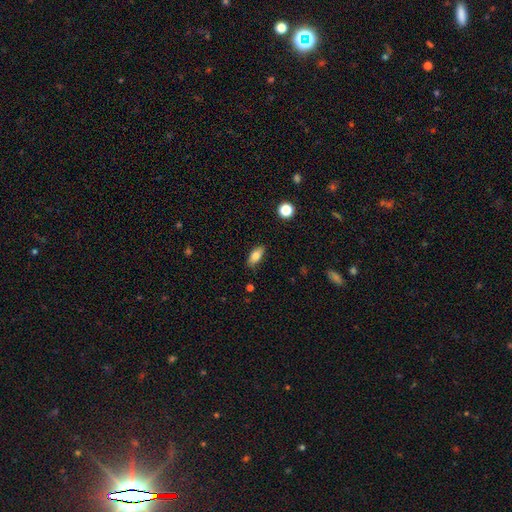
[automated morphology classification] smooth_or_featured: smooth (p=0.79) [alt: featured or disk p=0.12]
how_rounded: in between (p=0.85) [alt: cigar-shaped p=0.10]
merging: none (p=0.81) [alt: minor disturbance p=0.15]